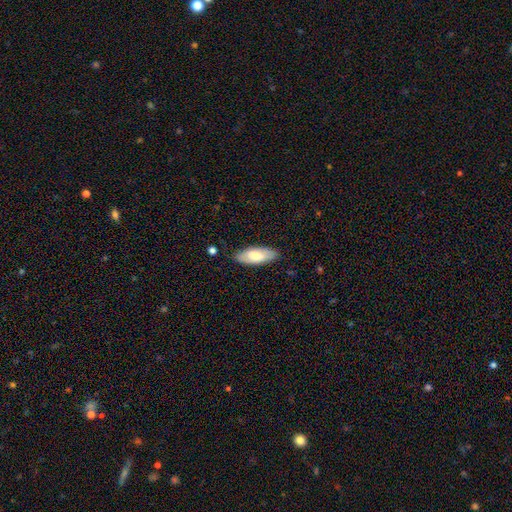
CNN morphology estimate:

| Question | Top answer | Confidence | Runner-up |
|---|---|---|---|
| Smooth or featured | smooth | 70% | featured or disk (24%) |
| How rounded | in between | 80% | cigar-shaped (18%) |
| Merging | none | 83% | minor disturbance (13%) |